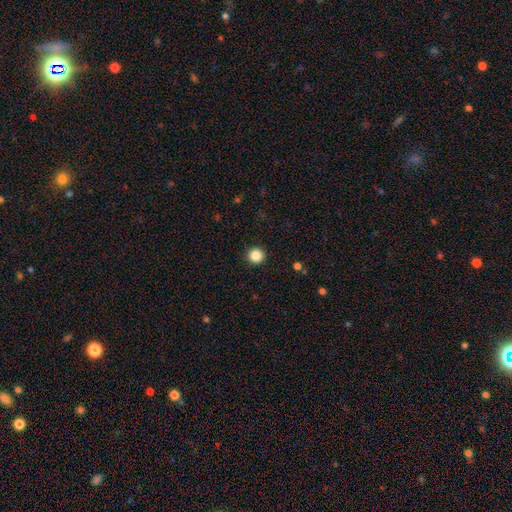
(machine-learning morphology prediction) Overall: smooth (86%). How rounded: round (95%). Merging: none (93%).